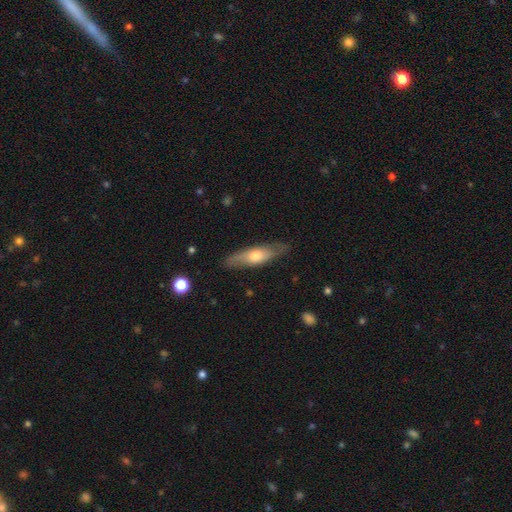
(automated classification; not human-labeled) Smooth or featured? smooth (50%)
Merging? none (83%)